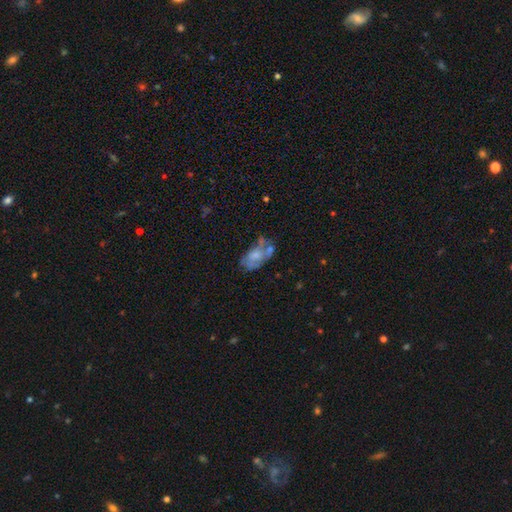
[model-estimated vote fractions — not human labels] smooth 50%, featured or disk 42%, star or artifact 9%. Down the decision tree: merging — none (30%).